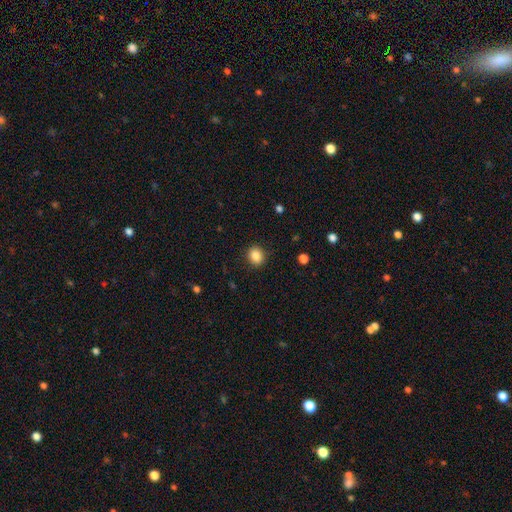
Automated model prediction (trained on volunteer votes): Q: Smooth or featured?
A: smooth (86%); runner-up: star or artifact (10%)
Q: How rounded?
A: round (73%); runner-up: in between (26%)
Q: Merging?
A: none (89%); runner-up: minor disturbance (8%)